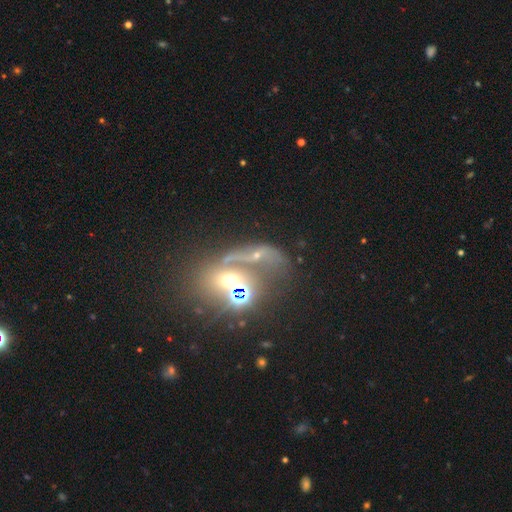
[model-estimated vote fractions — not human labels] The model was most divided on "smooth or featured": featured or disk: 40%, smooth: 30%, star or artifact: 30%. Remaining: merging — merger (44%).